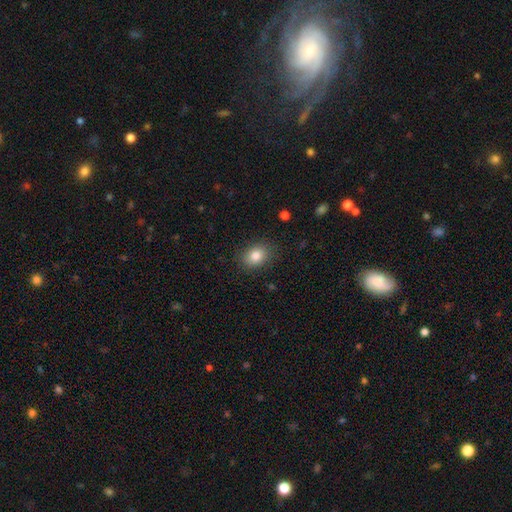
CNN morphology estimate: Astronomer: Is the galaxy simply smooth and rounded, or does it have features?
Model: smooth — 83%.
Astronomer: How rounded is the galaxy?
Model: in between — 62%.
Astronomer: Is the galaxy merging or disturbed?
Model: none — 85%.